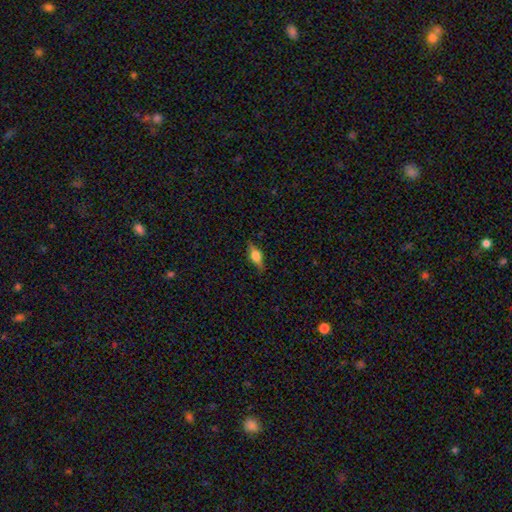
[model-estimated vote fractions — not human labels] smooth 49%, featured or disk 43%, star or artifact 8%. Down the decision tree: merging — none (82%).